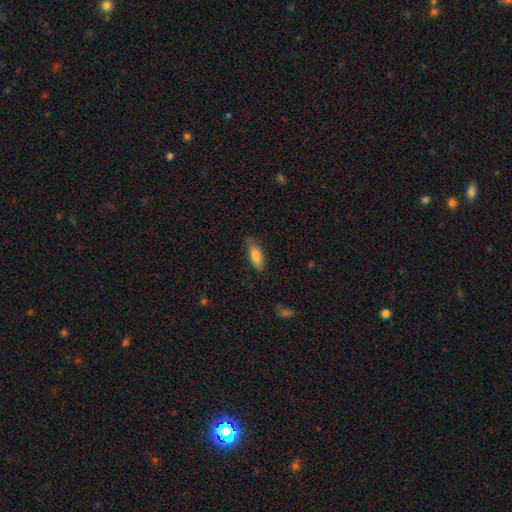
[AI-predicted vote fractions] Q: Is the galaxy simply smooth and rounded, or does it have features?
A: smooth — 80%.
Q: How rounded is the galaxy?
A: in between — 75%.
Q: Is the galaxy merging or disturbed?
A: none — 72%.